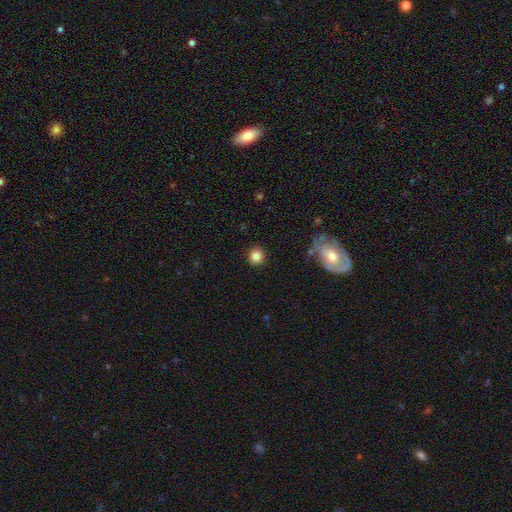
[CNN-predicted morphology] Overall: smooth (85%). How rounded: round (92%). Merging: none (91%).